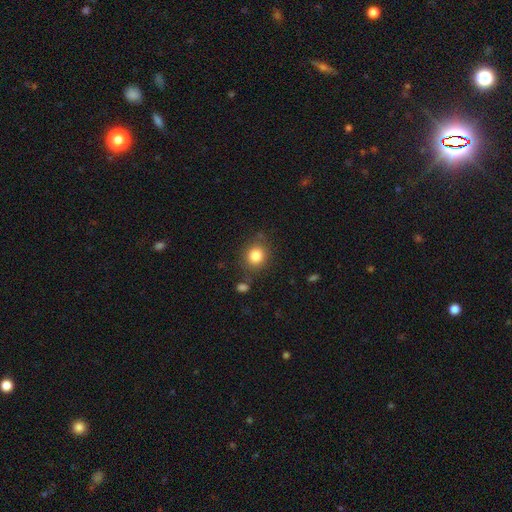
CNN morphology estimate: smooth 83%, star or artifact 10%, featured or disk 7%. Down the decision tree: how rounded — round (79%); merging — none (79%).